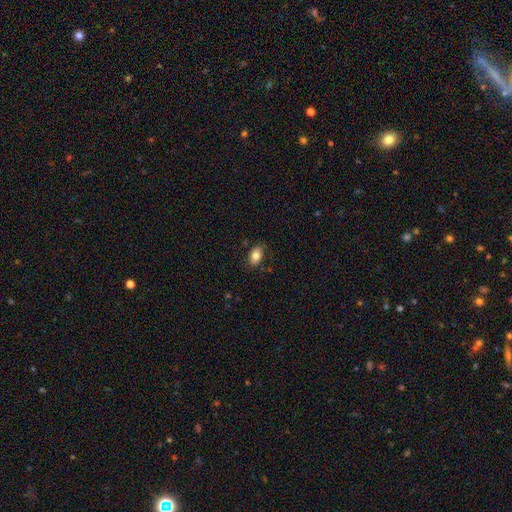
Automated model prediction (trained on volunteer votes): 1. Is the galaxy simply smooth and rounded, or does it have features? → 80% smooth, 12% featured or disk, 8% star or artifact.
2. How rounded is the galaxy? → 88% in between, 9% round, 2% cigar-shaped.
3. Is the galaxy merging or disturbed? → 80% none, 16% minor disturbance, 3% major disturbance, 1% merger.